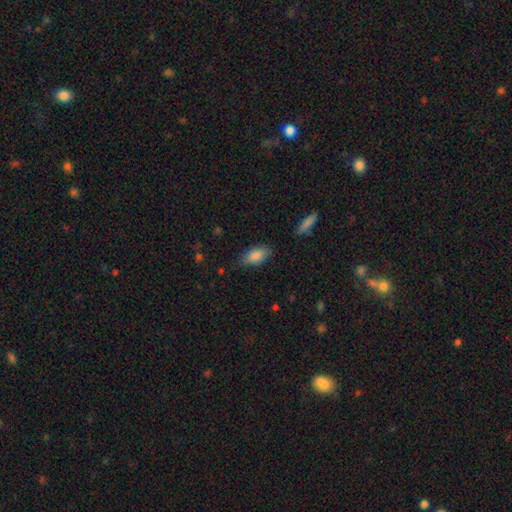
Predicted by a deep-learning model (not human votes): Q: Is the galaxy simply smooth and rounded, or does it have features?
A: smooth — 86%.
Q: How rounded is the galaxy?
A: in between — 90%.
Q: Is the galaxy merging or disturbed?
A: none — 81%.